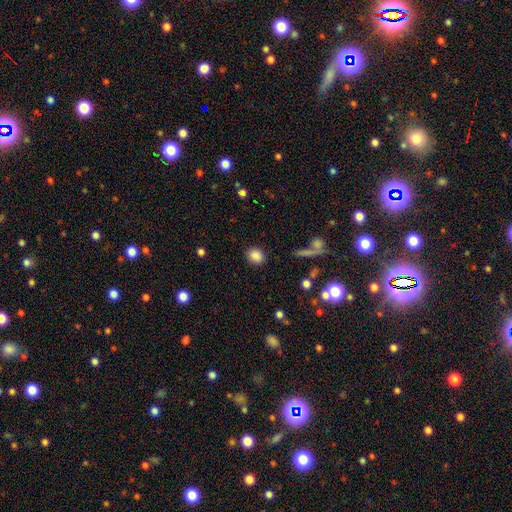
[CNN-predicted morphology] A smooth galaxy with no disk features (86%) that is round (65%). Merging: none (87%).